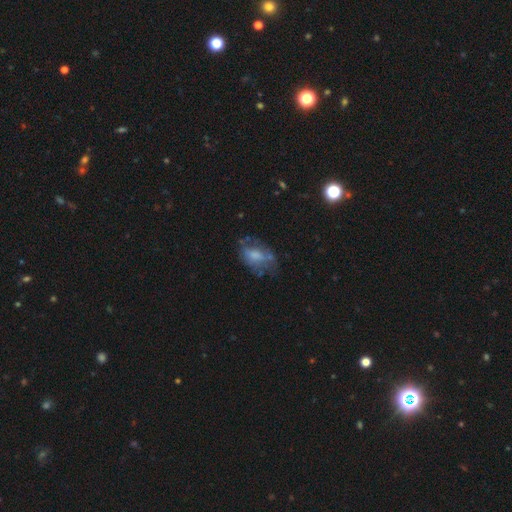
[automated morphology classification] Overall: smooth (52%; featured or disk 38%). How rounded: in between (85%). Merging: none (42%; minor disturbance 28%).